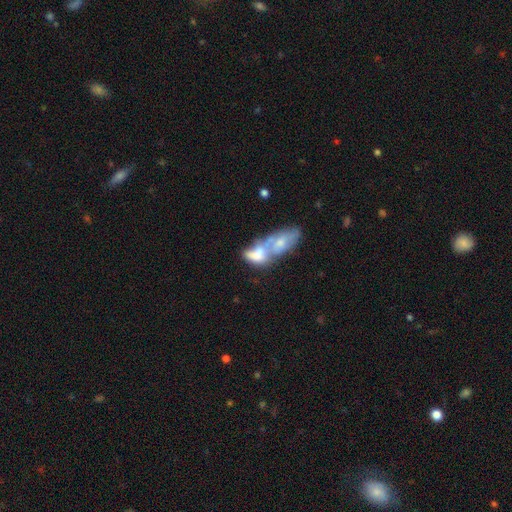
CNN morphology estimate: smooth-or-featured: smooth: 54% | featured or disk: 38% | star or artifact: 8%
  how-rounded: in between: 86% | cigar-shaped: 7% | round: 7%
  merging: merger: 73% | none: 10% | major disturbance: 10% | minor disturbance: 7%